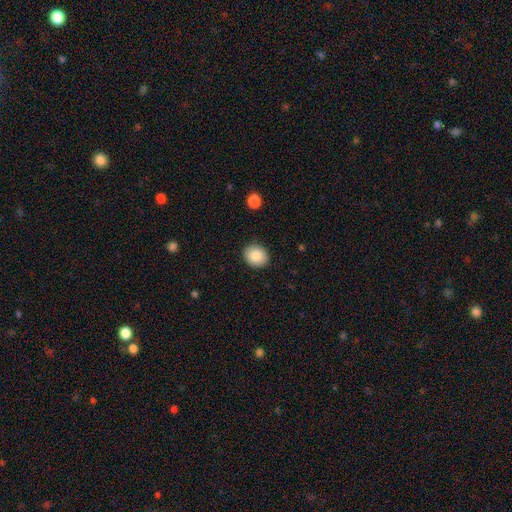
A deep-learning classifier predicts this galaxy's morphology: type=smooth (87%); roundness=round (64%); merging=none (89%).